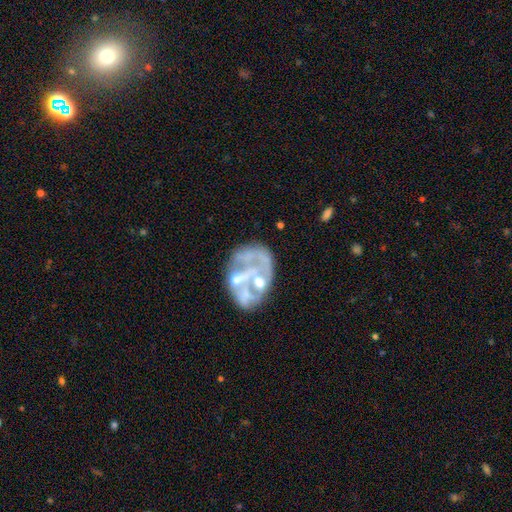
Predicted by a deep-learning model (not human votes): This appears to be a featured or disk galaxy (74%) with no bar (76%), no spiral arms (71%) and a moderate central bulge (37%). Merging: none (37%).